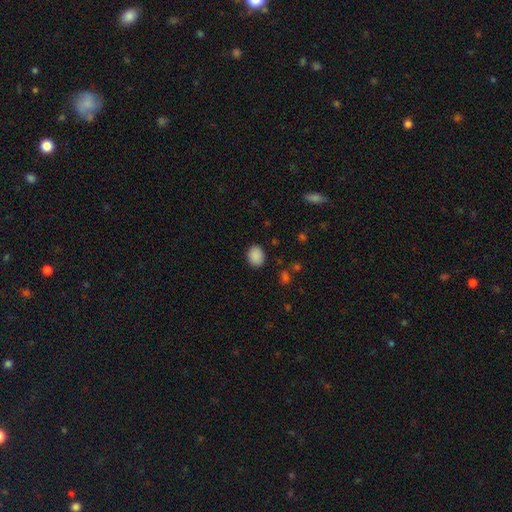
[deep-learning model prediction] Smooth or featured: smooth — 89% (star or artifact — 8%)
How rounded: in between — 50% (round — 49%)
Merging: none — 87% (minor disturbance — 9%)